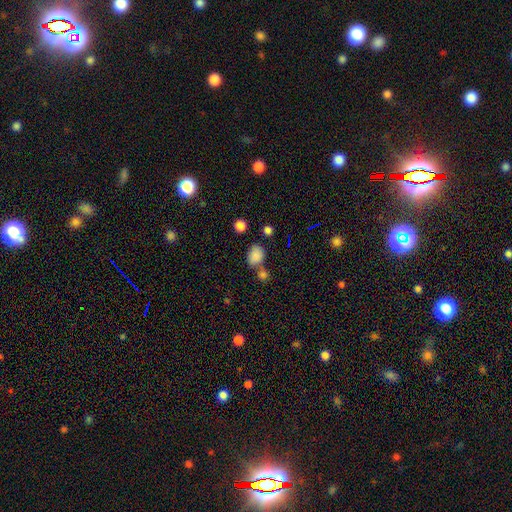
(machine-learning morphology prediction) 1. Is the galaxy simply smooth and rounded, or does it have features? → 84% smooth, 11% star or artifact, 5% featured or disk.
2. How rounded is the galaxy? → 72% in between, 27% round, 1% cigar-shaped.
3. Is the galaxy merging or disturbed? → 52% none, 25% merger, 16% minor disturbance, 6% major disturbance.